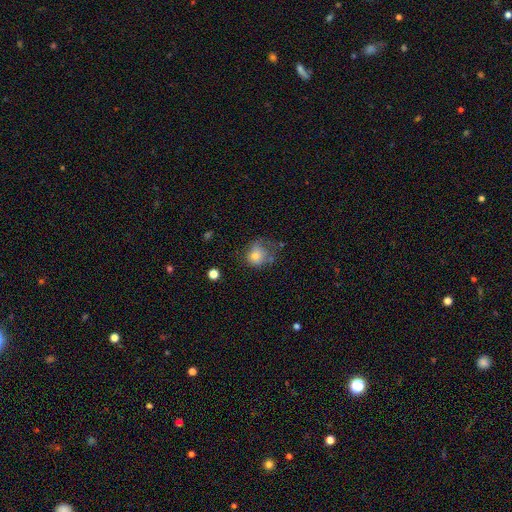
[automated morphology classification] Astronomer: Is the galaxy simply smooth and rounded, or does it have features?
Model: smooth — 71%.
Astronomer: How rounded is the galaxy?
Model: round — 70%.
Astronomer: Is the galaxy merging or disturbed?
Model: none — 37% (runner-up: major disturbance, 29%).